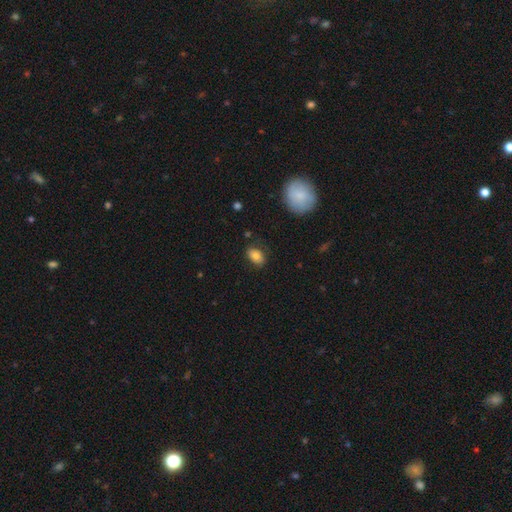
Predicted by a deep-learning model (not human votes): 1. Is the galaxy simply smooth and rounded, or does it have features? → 80% smooth, 11% featured or disk, 9% star or artifact.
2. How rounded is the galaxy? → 83% in between, 16% round, 1% cigar-shaped.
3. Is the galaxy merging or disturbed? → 76% none, 18% minor disturbance, 5% major disturbance, 2% merger.